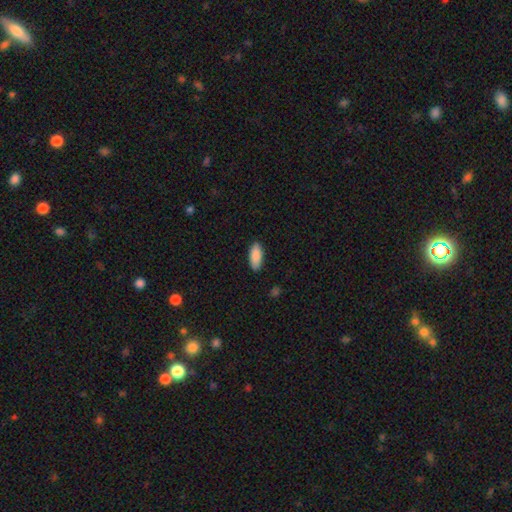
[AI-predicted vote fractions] This is clearly a smooth galaxy (90%). How rounded: clearly in between (86%). Merging: clearly none (88%).